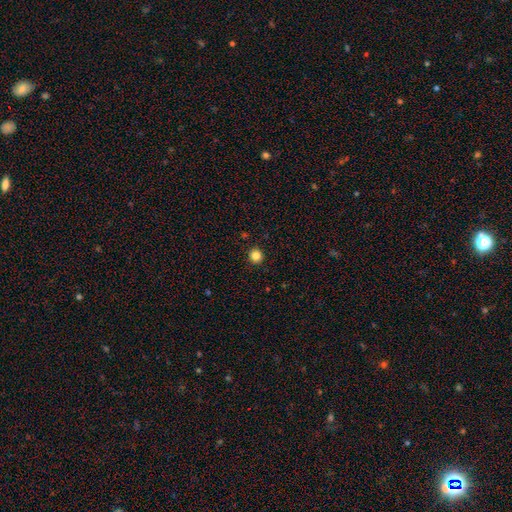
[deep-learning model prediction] smooth_or_featured: smooth (p=0.85) [alt: star or artifact p=0.12]
how_rounded: round (p=0.94) [alt: in between p=0.05]
merging: none (p=0.93) [alt: minor disturbance p=0.04]